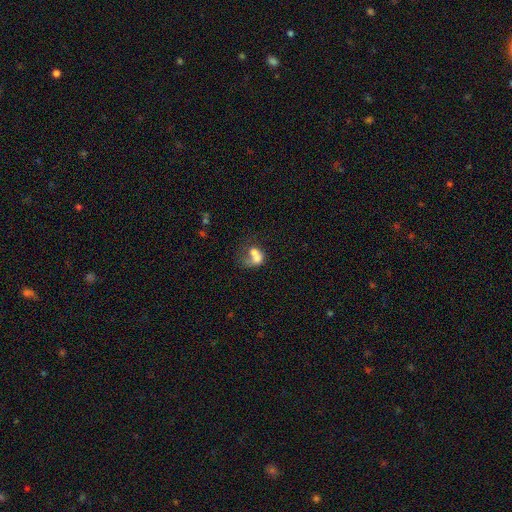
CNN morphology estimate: Smooth or featured? smooth (58%)
How rounded? in between (58%)
Merging? merger (58%)